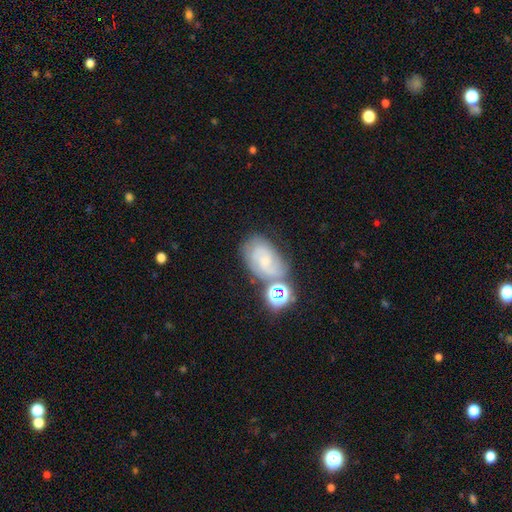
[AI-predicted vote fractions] A featured or disk galaxy (52%) with no bar (63%), spiral arms (86%) and a small central bulge (53%).

Vote fractions:
- Smooth or featured? featured or disk: 52% / smooth: 30% / star or artifact: 17%
- Edge-on disk? no: 96% / yes: 4%
- Bar? no: 63% / weak: 31% / strong: 7%
- Spiral arms? yes: 86% / no: 14%
- Bulge size? small: 53% / none: 21% / moderate: 21% / large: 4% / dominant: 2%
- Merging? none: 51% / minor disturbance: 21% / merger: 18% / major disturbance: 11%